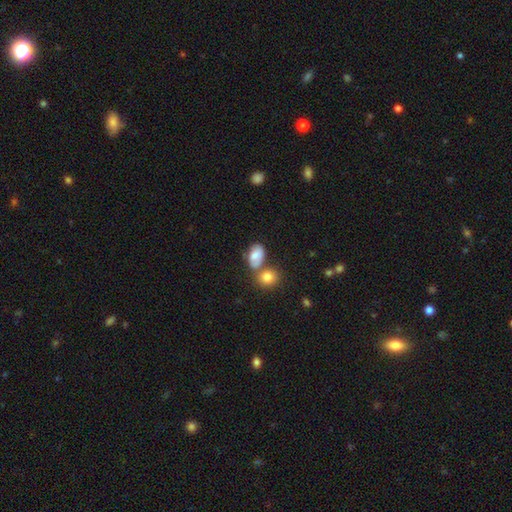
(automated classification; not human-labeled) Smooth or featured?
  - smooth: 75% *
  - featured or disk: 16%
  - star or artifact: 8%
How rounded?
  - in between: 87% *
  - round: 11%
  - cigar-shaped: 2%
Merging?
  - none: 41% *
  - merger: 33%
  - minor disturbance: 18%
  - major disturbance: 8%